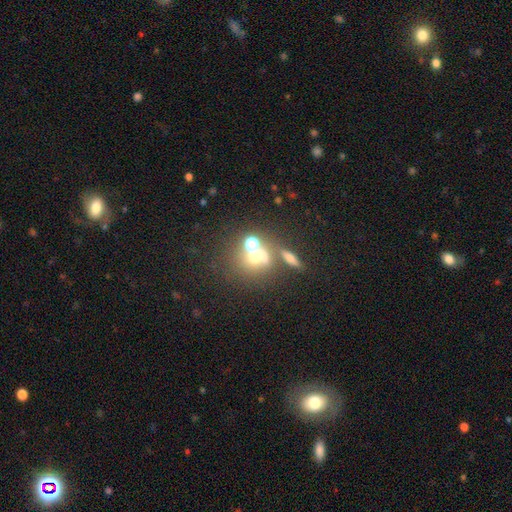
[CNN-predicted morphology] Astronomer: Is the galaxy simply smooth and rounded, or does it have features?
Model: smooth — 47% (runner-up: star or artifact, 28%).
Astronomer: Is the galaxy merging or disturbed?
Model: none — 46% (runner-up: merger, 38%).